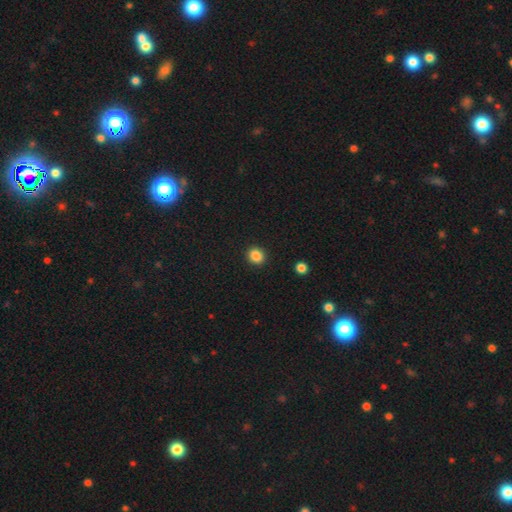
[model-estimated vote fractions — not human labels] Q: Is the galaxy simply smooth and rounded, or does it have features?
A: smooth — 86%.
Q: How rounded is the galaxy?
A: round — 75%.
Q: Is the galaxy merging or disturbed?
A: none — 91%.